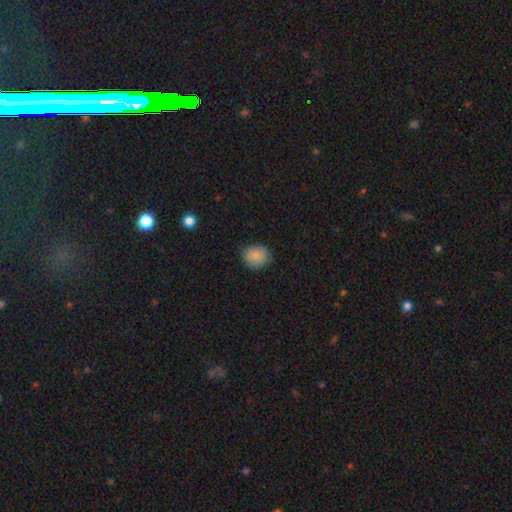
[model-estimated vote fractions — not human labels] Overall: smooth (87%). How rounded: round (67%; in between 32%). Merging: none (75%).